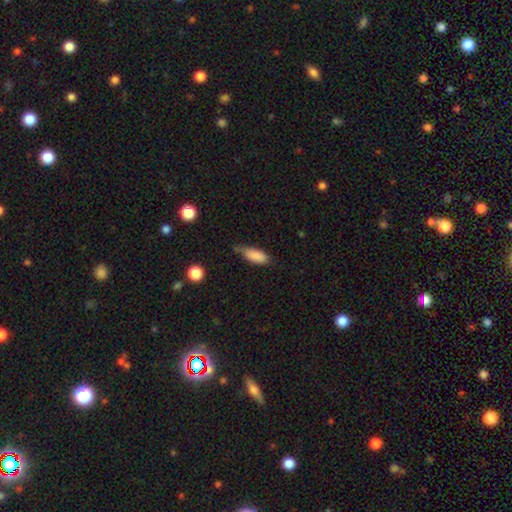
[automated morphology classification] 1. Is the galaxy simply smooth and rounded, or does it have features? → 85% smooth, 7% featured or disk, 7% star or artifact.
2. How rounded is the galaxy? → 77% in between, 21% cigar-shaped, 2% round.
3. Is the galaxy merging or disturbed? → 44% minor disturbance, 41% none, 11% major disturbance, 4% merger.